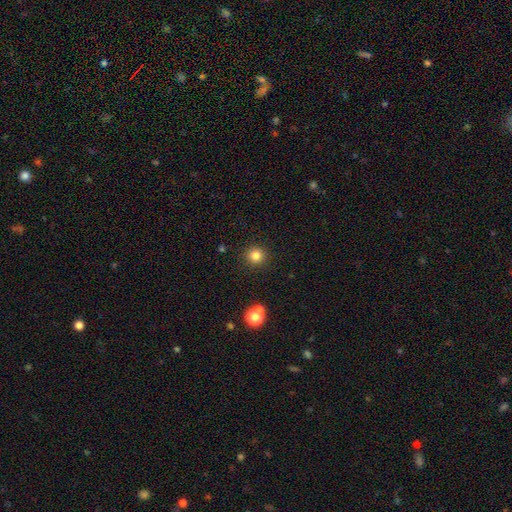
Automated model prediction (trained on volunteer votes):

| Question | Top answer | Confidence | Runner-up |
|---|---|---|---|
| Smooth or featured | smooth | 81% | star or artifact (13%) |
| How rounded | round | 94% | in between (5%) |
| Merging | none | 90% | minor disturbance (6%) |